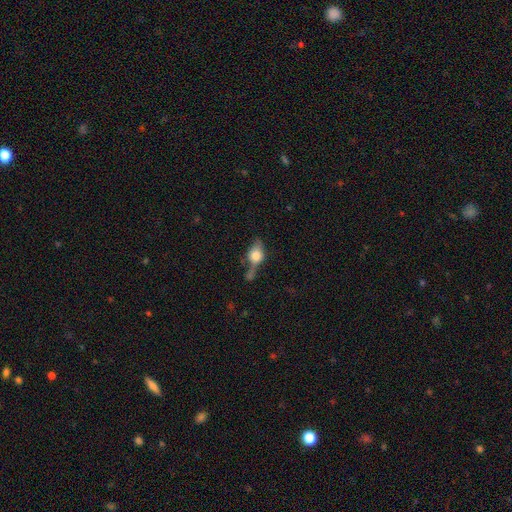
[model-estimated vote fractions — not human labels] Overall: smooth (58%; featured or disk 33%). How rounded: in between (57%; round 34%). Merging: none (38%; merger 24%).